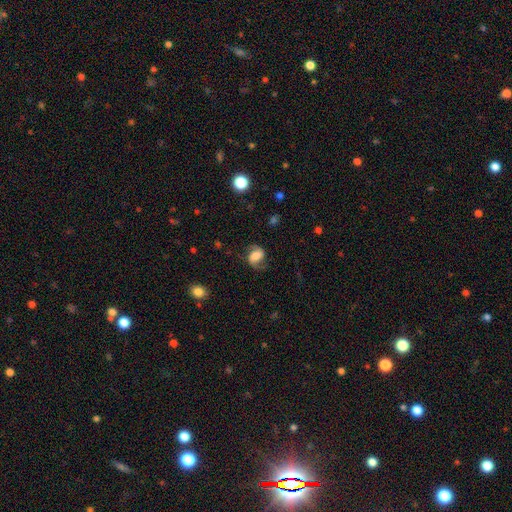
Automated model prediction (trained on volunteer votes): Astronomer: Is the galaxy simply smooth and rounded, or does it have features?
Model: featured or disk — 53% (runner-up: smooth, 37%).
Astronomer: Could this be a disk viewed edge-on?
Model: no — 97%.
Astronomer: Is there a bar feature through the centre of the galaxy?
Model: weak — 39% (runner-up: no, 36%).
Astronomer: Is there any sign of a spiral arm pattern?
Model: yes — 90%.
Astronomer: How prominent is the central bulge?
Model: large — 32% (runner-up: moderate, 28%).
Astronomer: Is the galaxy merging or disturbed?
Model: none — 65%.